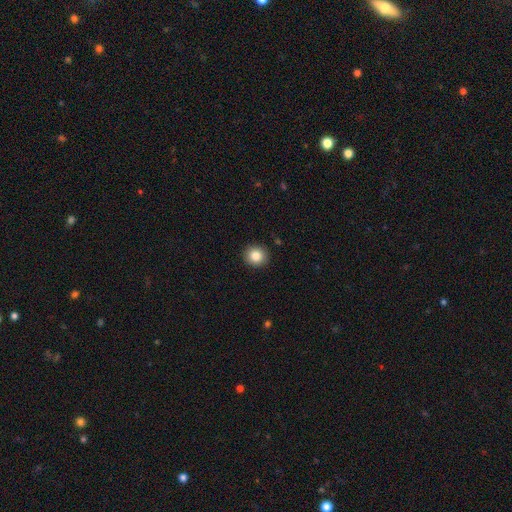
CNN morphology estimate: smooth 85%, star or artifact 9%, featured or disk 6%. Down the decision tree: how rounded — round (89%); merging — none (91%).